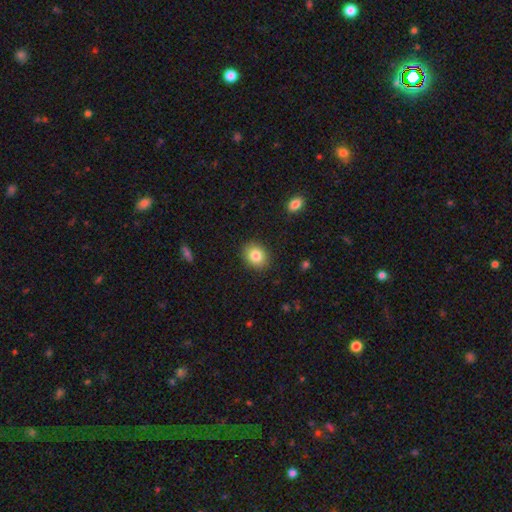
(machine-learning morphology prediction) smooth_or_featured: smooth (p=0.83) [alt: star or artifact p=0.09]
how_rounded: round (p=0.57) [alt: in between p=0.42]
merging: none (p=0.88) [alt: minor disturbance p=0.08]